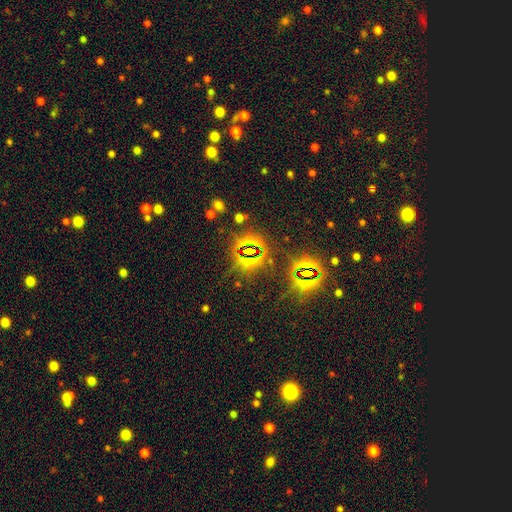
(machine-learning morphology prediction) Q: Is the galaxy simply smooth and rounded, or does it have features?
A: star or artifact — 80%.